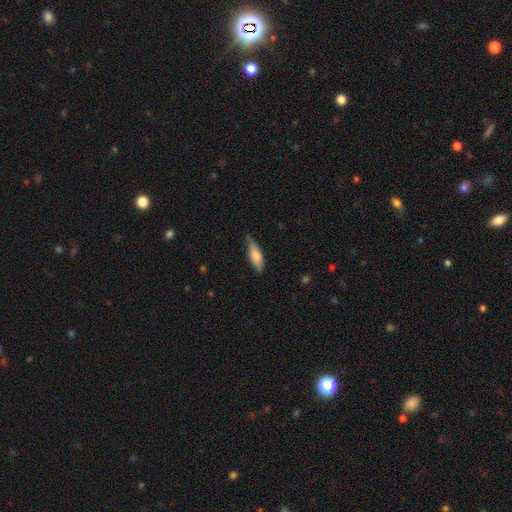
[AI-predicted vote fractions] Morphology: type=smooth (76%); roundness=in between (51%); merging=none (71%).